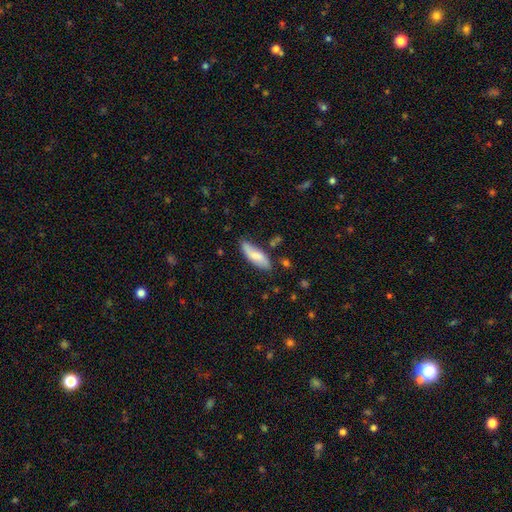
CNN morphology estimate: A smooth galaxy with no disk features (66%) that is in between round and cigar-shaped (66%).

Vote fractions:
- Smooth or featured? smooth: 66% / featured or disk: 28% / star or artifact: 6%
- How rounded? in between: 66% / cigar-shaped: 32% / round: 2%
- Merging? none: 70% / minor disturbance: 22% / major disturbance: 5% / merger: 4%